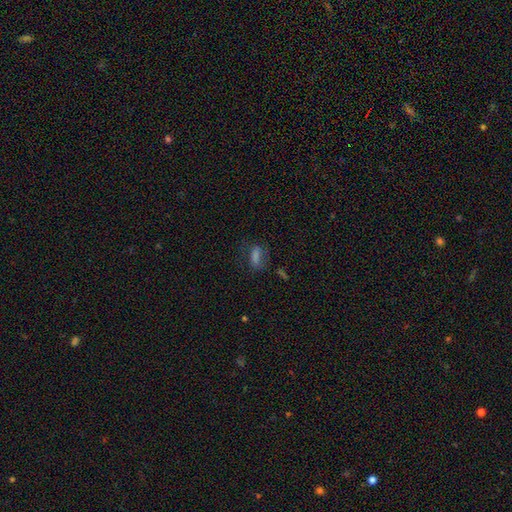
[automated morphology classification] Q: Smooth or featured?
A: smooth (56%); runner-up: star or artifact (24%)
Q: How rounded?
A: in between (63%); runner-up: cigar-shaped (29%)
Q: Merging?
A: none (66%); runner-up: minor disturbance (18%)